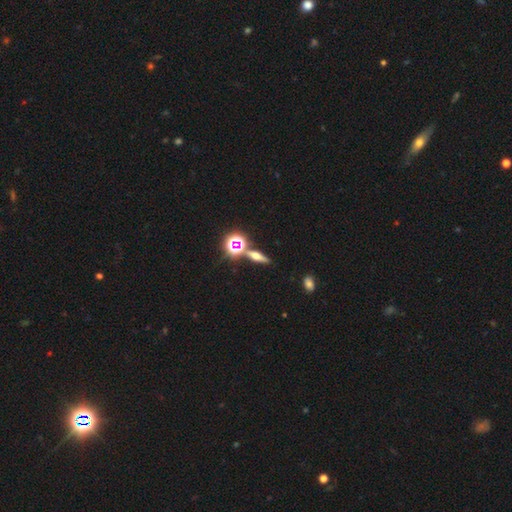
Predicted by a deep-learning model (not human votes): Overall: featured or disk (43%; smooth 33%). Merging: none (77%).